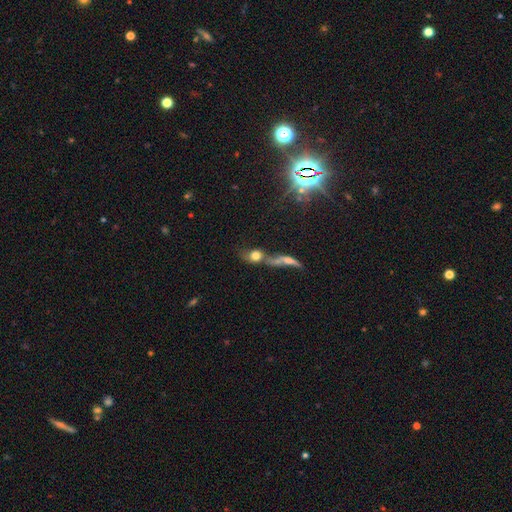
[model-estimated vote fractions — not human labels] smooth_or_featured: smooth (p=0.64) [alt: featured or disk p=0.22]
how_rounded: round (p=0.46) [alt: in between p=0.44]
merging: merger (p=0.54) [alt: none p=0.26]